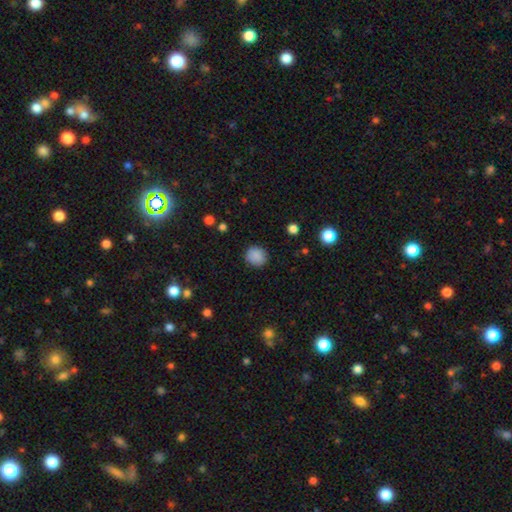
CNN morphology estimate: A smooth galaxy with no disk features (87%) that is round (84%).

Vote fractions:
- Smooth or featured? smooth: 87% / star or artifact: 9% / featured or disk: 4%
- How rounded? round: 84% / in between: 15% / cigar-shaped: 1%
- Merging? none: 87% / minor disturbance: 10% / major disturbance: 3% / merger: 1%